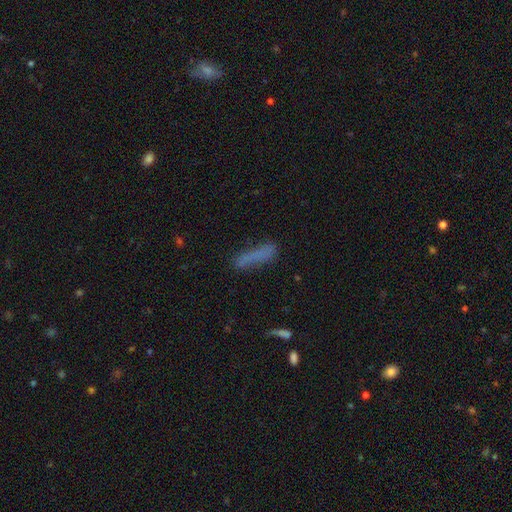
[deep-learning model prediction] smooth_or_featured: smooth (p=0.70) [alt: featured or disk p=0.18]
how_rounded: cigar-shaped (p=0.81) [alt: in between p=0.17]
merging: none (p=0.66) [alt: minor disturbance p=0.20]